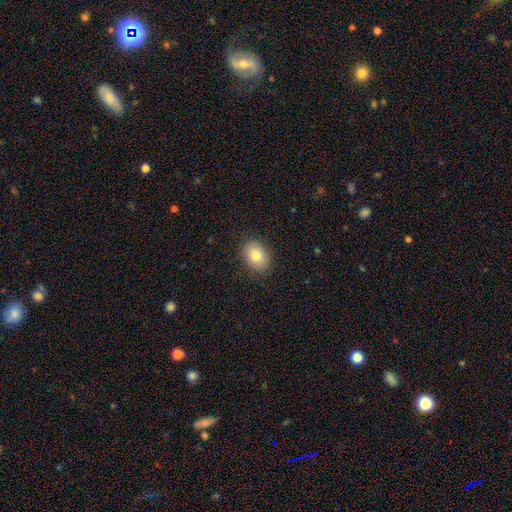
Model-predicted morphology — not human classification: This is clearly a smooth galaxy (80%). How rounded: likely in between (71%). Merging: clearly none (87%).